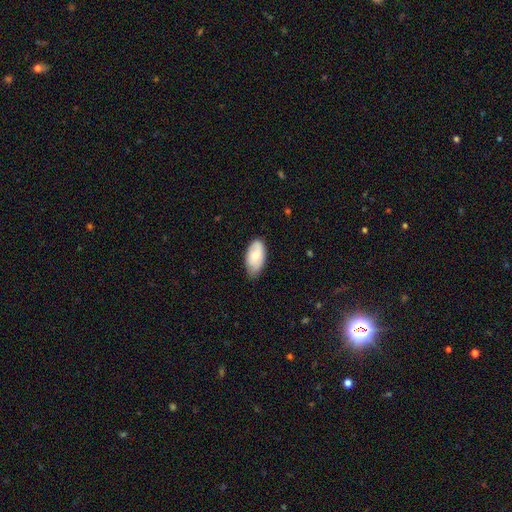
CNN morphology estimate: Smooth or featured? Predicted: smooth (p=0.69). How rounded? Predicted: in between (p=0.94). Merging? Predicted: none (p=0.69).